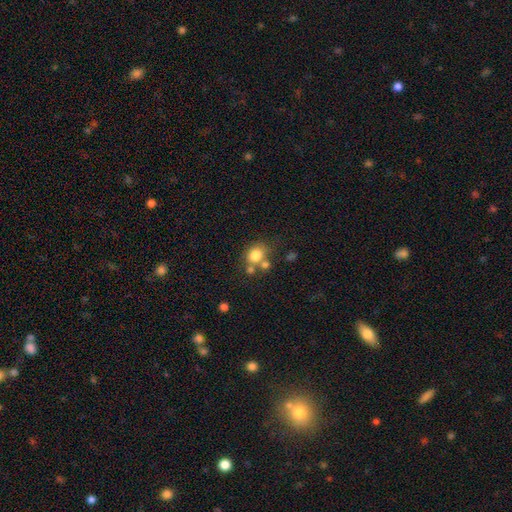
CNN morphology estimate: Smooth or featured? smooth (79%)
How rounded? round (61%)
Merging? none (50%)